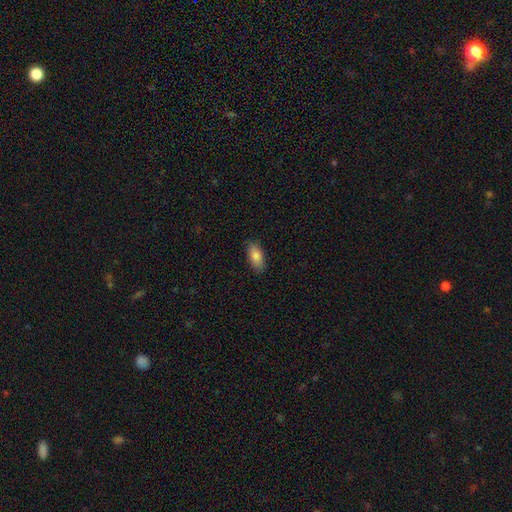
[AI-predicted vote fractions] Smooth or featured?
  - smooth: 85% *
  - featured or disk: 8%
  - star or artifact: 7%
How rounded?
  - in between: 89% *
  - cigar-shaped: 8%
  - round: 2%
Merging?
  - none: 86% *
  - minor disturbance: 11%
  - major disturbance: 2%
  - merger: 1%